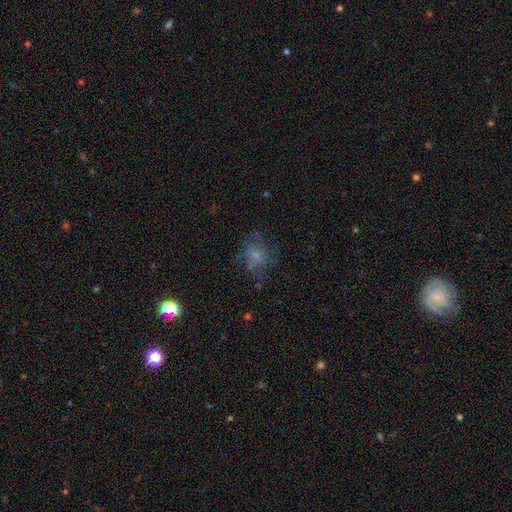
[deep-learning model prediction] Morphology: type=smooth (52%); roundness=round (56%); merging=none (56%).